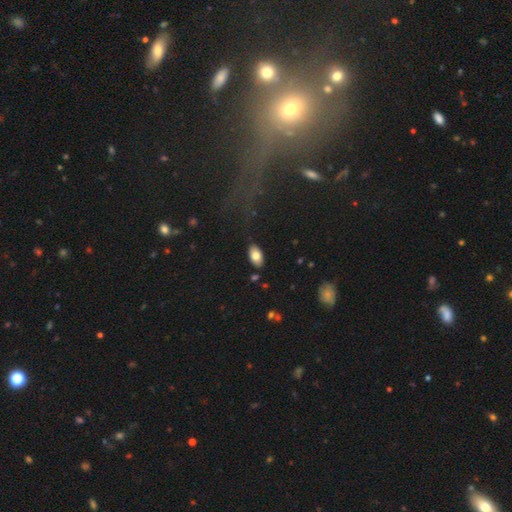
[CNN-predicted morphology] smooth-or-featured: smooth: 79% | featured or disk: 14% | star or artifact: 7%
  how-rounded: in between: 94% | round: 4% | cigar-shaped: 2%
  merging: none: 86% | minor disturbance: 10% | major disturbance: 2% | merger: 2%